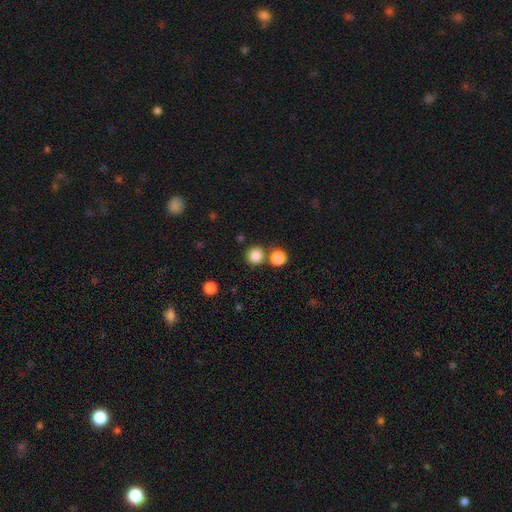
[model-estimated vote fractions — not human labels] smooth_or_featured: smooth (p=0.84) [alt: star or artifact p=0.11]
how_rounded: round (p=0.93) [alt: in between p=0.06]
merging: none (p=0.75) [alt: merger p=0.16]